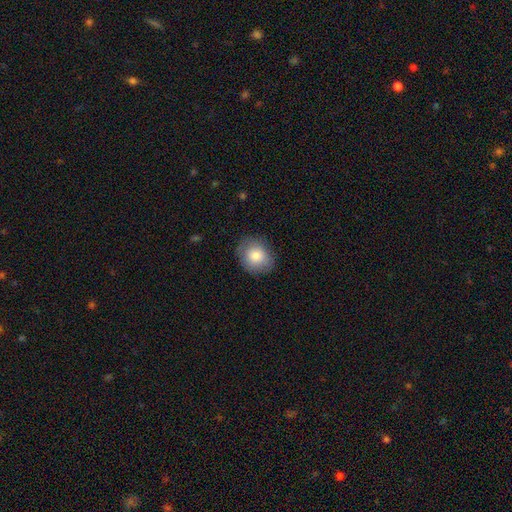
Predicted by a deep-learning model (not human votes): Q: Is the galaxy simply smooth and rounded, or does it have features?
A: smooth — 81%.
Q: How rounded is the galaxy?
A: round — 62%.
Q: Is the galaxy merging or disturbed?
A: none — 82%.